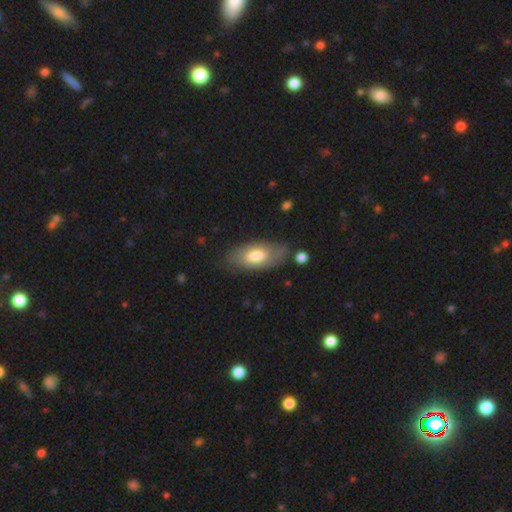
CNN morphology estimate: Smooth or featured? Predicted: smooth (p=0.68). How rounded? Predicted: in between (p=0.90). Merging? Predicted: none (p=0.70).